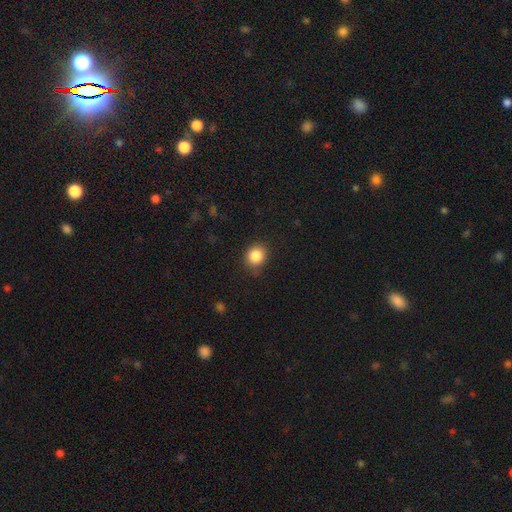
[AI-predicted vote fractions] This is clearly a smooth galaxy (86%). How rounded: likely round (79%). Merging: clearly none (83%).